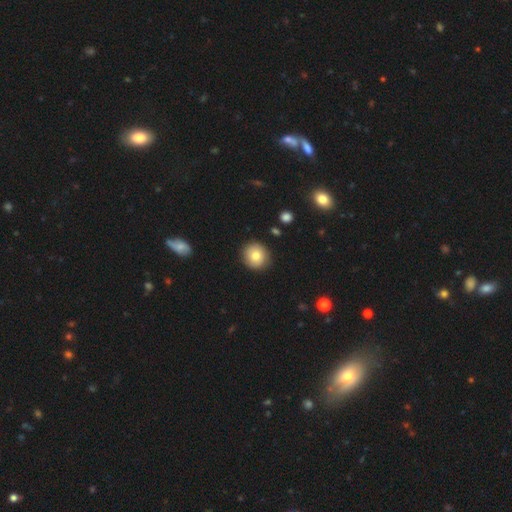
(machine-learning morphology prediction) This appears to be a smooth galaxy with no disk features (78%) that is round (89%). Merging: none (88%).